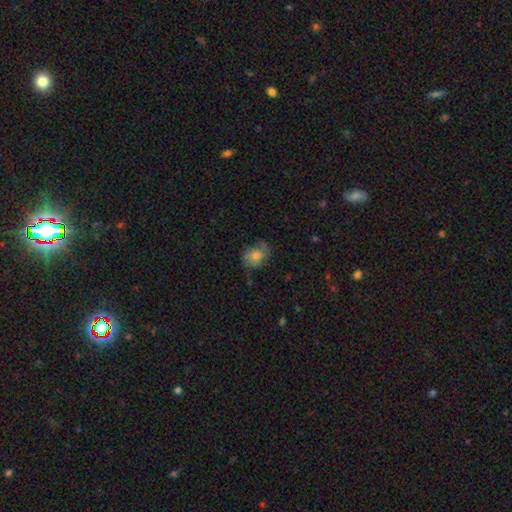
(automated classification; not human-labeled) Overall: smooth (61%; featured or disk 28%). How rounded: in between (55%; round 43%). Merging: none (66%).